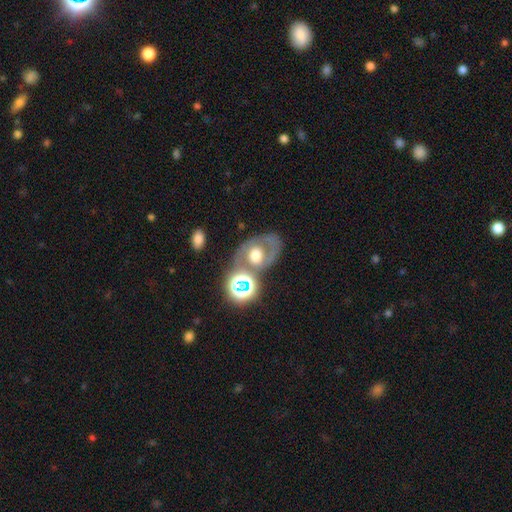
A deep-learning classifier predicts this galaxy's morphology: A featured or disk galaxy (52%). Merging: none (54%).